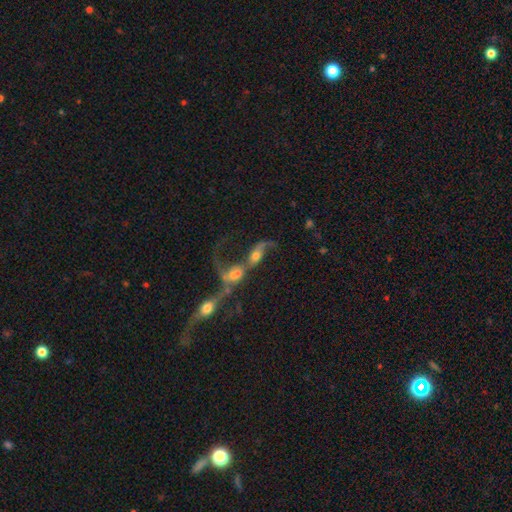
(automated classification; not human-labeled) smooth_or_featured: featured or disk (p=0.65) [alt: smooth p=0.24]
disk_edge_on: no (p=0.91) [alt: yes p=0.09]
bar: no (p=0.64) [alt: weak p=0.27]
has_spiral_arms: yes (p=0.75) [alt: no p=0.25]
bulge_size: moderate (p=0.46) [alt: small p=0.23]
merging: merger (p=0.76) [alt: major disturbance p=0.11]